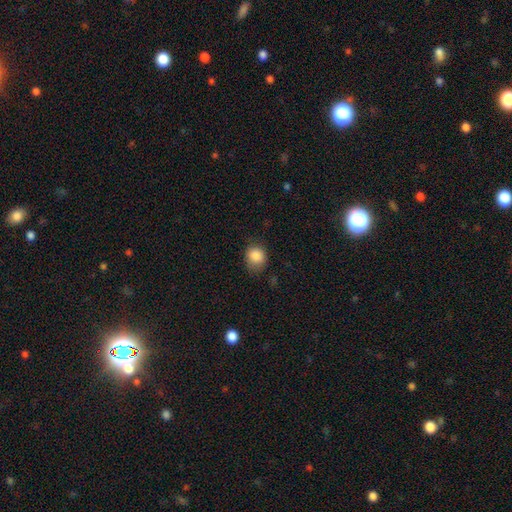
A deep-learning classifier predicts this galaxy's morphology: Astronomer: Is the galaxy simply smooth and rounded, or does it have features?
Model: smooth — 86%.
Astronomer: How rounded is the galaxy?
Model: round — 71%.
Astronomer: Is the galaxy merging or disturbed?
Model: none — 69%.